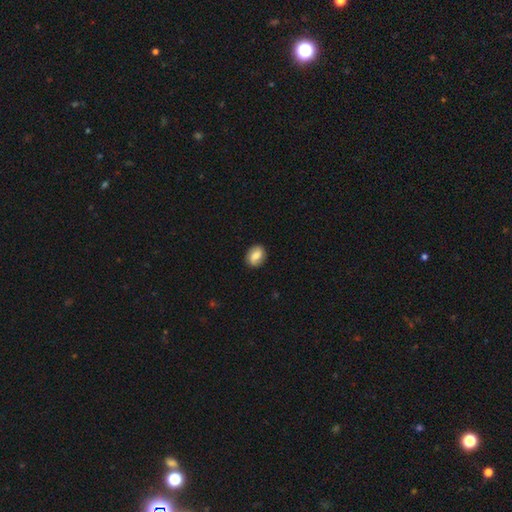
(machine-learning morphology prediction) This appears to be a smooth galaxy with no disk features (69%) that is in between round and cigar-shaped (61%). Merging: none (85%).